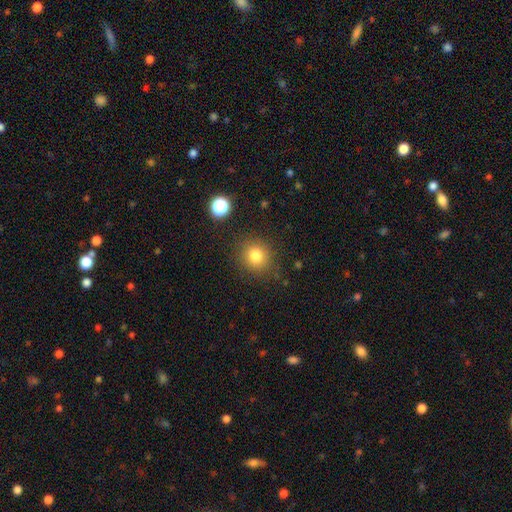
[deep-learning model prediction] This is clearly a smooth galaxy (80%). How rounded: clearly round (84%). Merging: clearly none (85%).